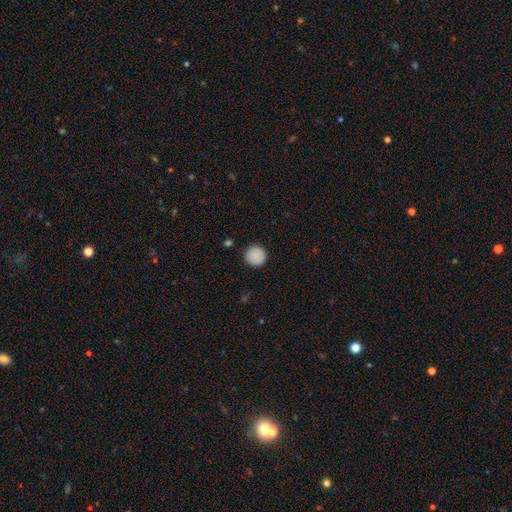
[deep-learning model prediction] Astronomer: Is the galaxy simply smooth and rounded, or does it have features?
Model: smooth — 89%.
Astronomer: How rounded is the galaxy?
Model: round — 95%.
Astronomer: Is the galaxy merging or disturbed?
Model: none — 91%.